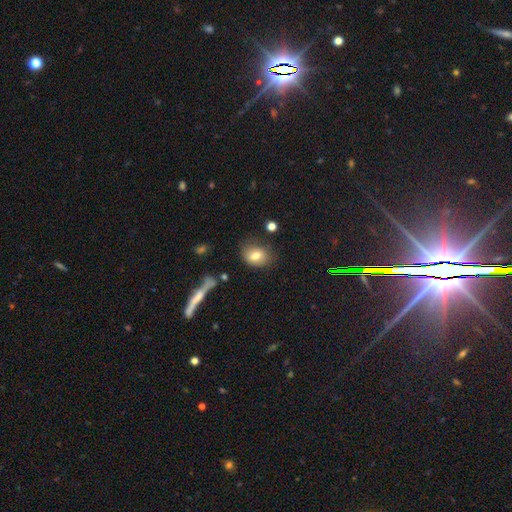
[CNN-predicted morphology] This appears to be a smooth galaxy with no disk features (76%) that is in between round and cigar-shaped (62%). Merging: none (70%).